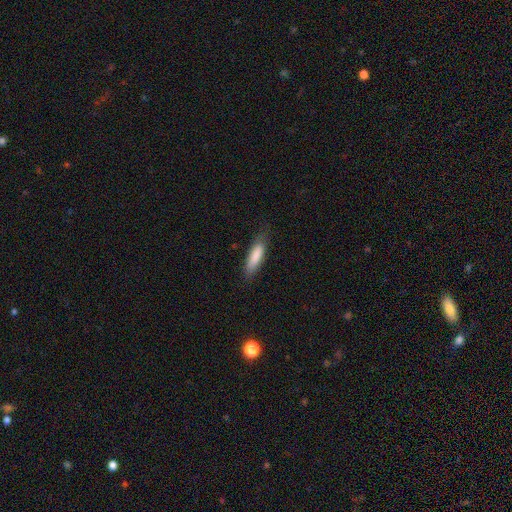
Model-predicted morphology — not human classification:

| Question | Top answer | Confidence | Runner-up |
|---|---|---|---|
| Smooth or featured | smooth | 82% | featured or disk (12%) |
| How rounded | cigar-shaped | 67% | in between (32%) |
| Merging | none | 76% | minor disturbance (19%) |